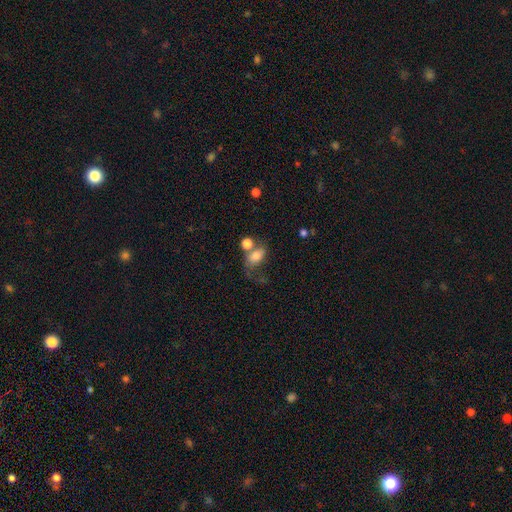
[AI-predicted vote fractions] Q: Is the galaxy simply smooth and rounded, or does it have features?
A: smooth — 70%.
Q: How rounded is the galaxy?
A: in between — 79%.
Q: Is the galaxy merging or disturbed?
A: merger — 34%.